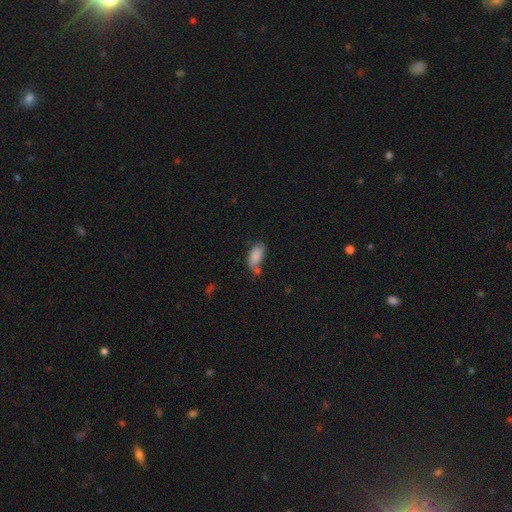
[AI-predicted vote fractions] A smooth galaxy with no disk features (85%) that is in between round and cigar-shaped (89%).

Vote fractions:
- Smooth or featured? smooth: 85% / star or artifact: 8% / featured or disk: 7%
- How rounded? in between: 89% / cigar-shaped: 9% / round: 2%
- Merging? none: 52% / minor disturbance: 23% / merger: 18% / major disturbance: 7%